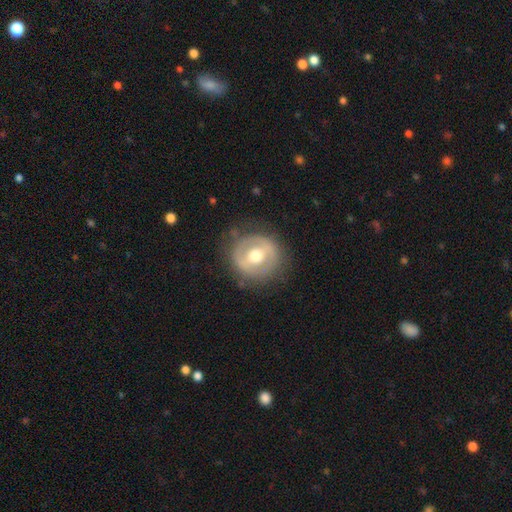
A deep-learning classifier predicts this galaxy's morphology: smooth-or-featured: featured or disk: 57% | smooth: 38% | star or artifact: 6%
  disk-edge-on: no: 95% | yes: 5%
    bar: no: 38% | weak: 35% | strong: 27%
    has-spiral-arms: no: 78% | yes: 22%
    bulge-size: moderate: 75% | large: 16% | small: 7% | dominant: 1% | none: 1%
  merging: none: 79% | minor disturbance: 13% | major disturbance: 6% | merger: 1%